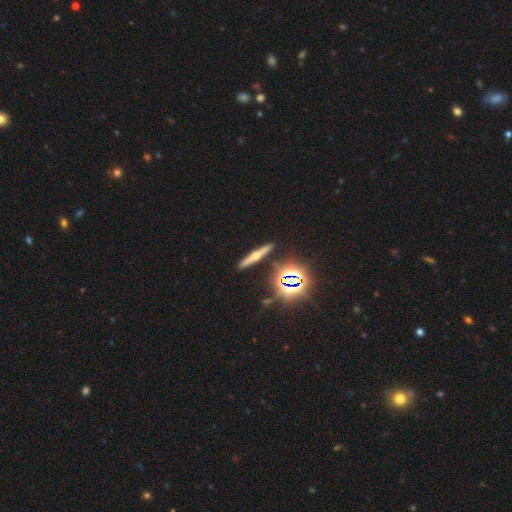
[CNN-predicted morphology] featured or disk 44%, smooth 35%, star or artifact 21%. Down the decision tree: merging — none (89%).